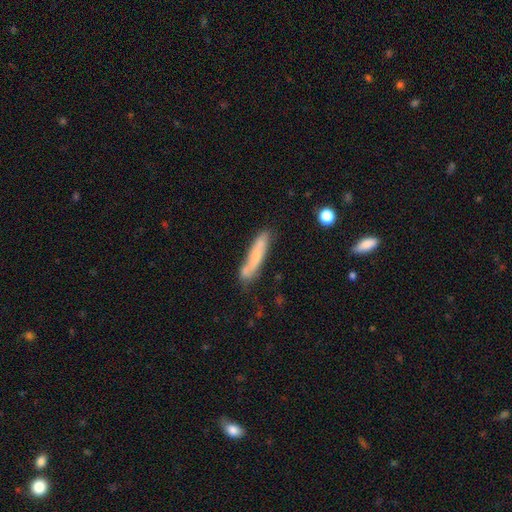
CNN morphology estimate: Q: Smooth or featured?
A: smooth (56%); runner-up: featured or disk (36%)
Q: How rounded?
A: cigar-shaped (88%); runner-up: in between (10%)
Q: Merging?
A: none (69%); runner-up: minor disturbance (19%)